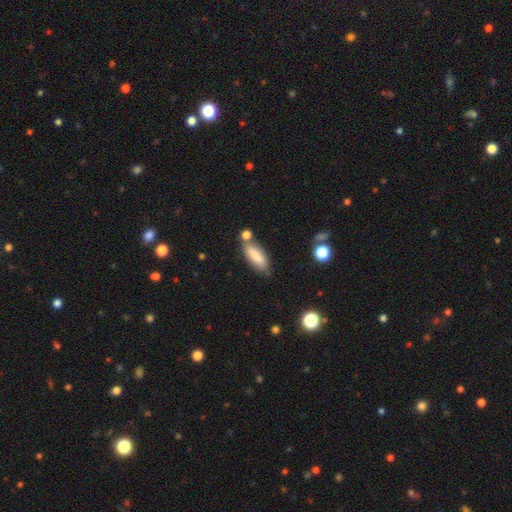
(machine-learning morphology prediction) A smooth galaxy with no disk features (77%) that is in between round and cigar-shaped (64%).

Vote fractions:
- Smooth or featured? smooth: 77% / featured or disk: 17% / star or artifact: 7%
- How rounded? in between: 64% / cigar-shaped: 34% / round: 2%
- Merging? none: 65% / merger: 16% / minor disturbance: 16% / major disturbance: 4%